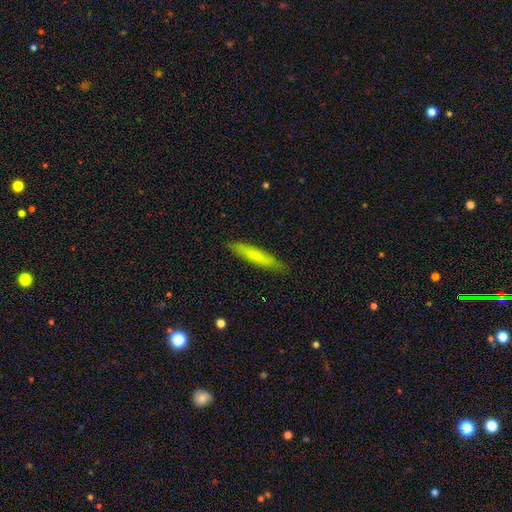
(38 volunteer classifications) Smooth or featured?
  - smooth: 68% *
  - featured or disk: 29%
  - star or artifact: 3%
How rounded?
  - cigar-shaped: 81% *
  - in between: 19%
  - round: 0%
Merging?
  - none: 86% *
  - minor disturbance: 5%
  - merger: 5%
  - major disturbance: 3%